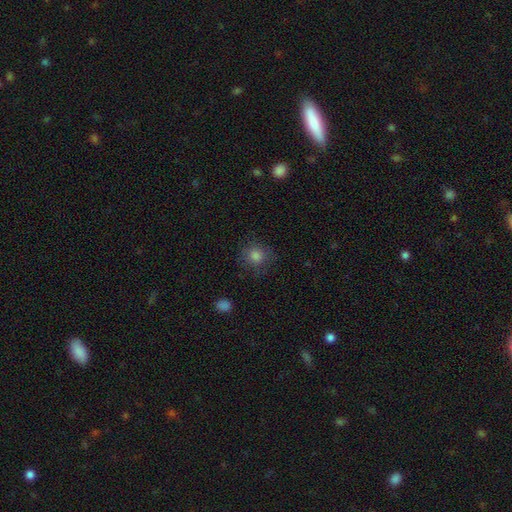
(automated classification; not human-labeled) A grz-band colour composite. It shows a smooth galaxy with no disk features (80%) that is round (87%). Merging: none (81%).